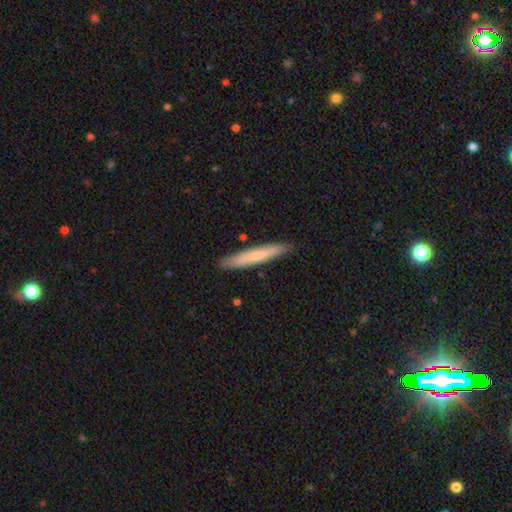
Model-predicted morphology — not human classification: Smooth or featured: smooth — 67% (featured or disk — 27%)
How rounded: cigar-shaped — 95% (in between — 4%)
Merging: none — 89% (minor disturbance — 8%)